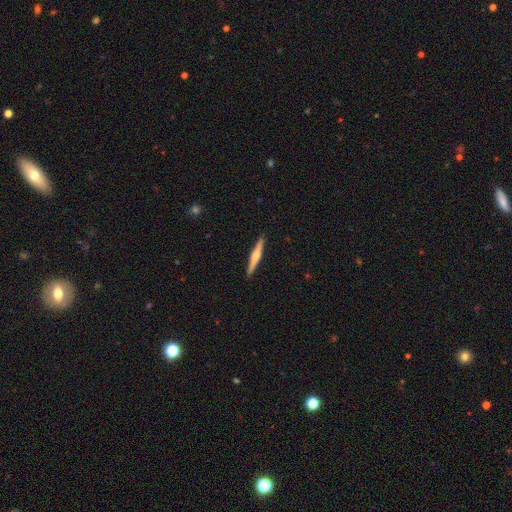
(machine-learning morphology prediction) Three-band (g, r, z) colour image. It shows a featured or disk galaxy (61%) viewed edge-on (98%) with a rounded central bulge (75%). Merging: none (92%).